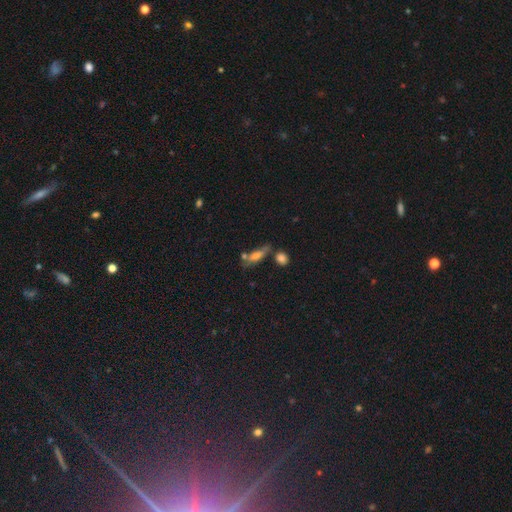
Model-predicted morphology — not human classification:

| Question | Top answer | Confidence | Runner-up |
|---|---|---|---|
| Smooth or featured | smooth | 47% | featured or disk (37%) |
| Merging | none | 56% | merger (19%) |